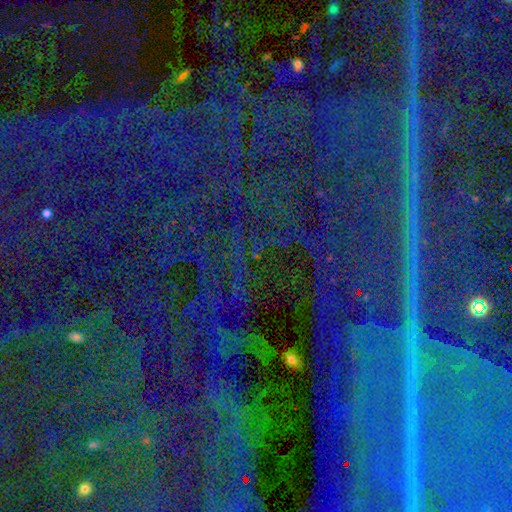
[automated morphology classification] Smooth or featured? star or artifact (86%)